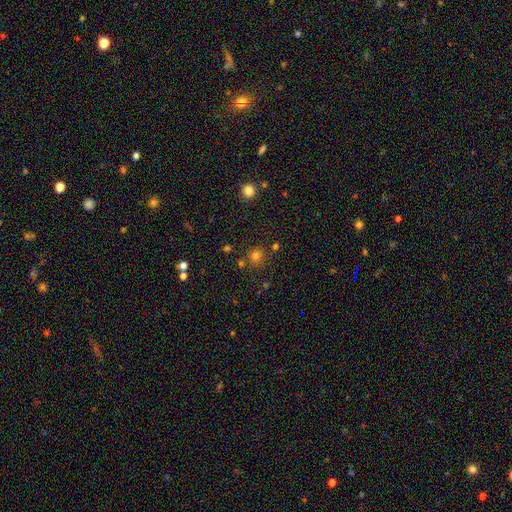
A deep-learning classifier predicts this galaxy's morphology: This is likely a smooth galaxy (74%). How rounded: clearly round (85%). Merging: likely none (78%).